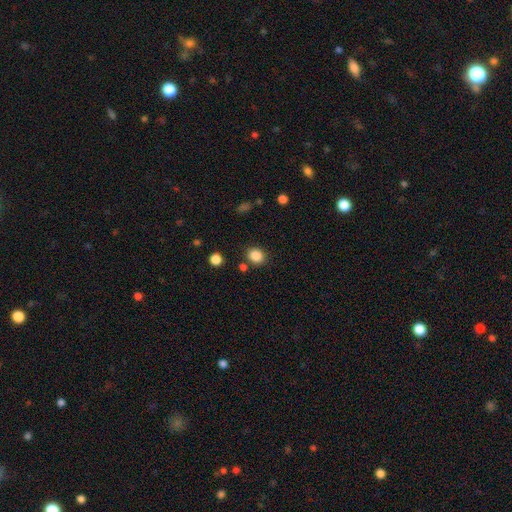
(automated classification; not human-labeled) Smooth or featured?
  - smooth: 86% *
  - star or artifact: 10%
  - featured or disk: 4%
How rounded?
  - round: 71% *
  - in between: 28%
  - cigar-shaped: 1%
Merging?
  - none: 82% *
  - minor disturbance: 10%
  - merger: 5%
  - major disturbance: 3%